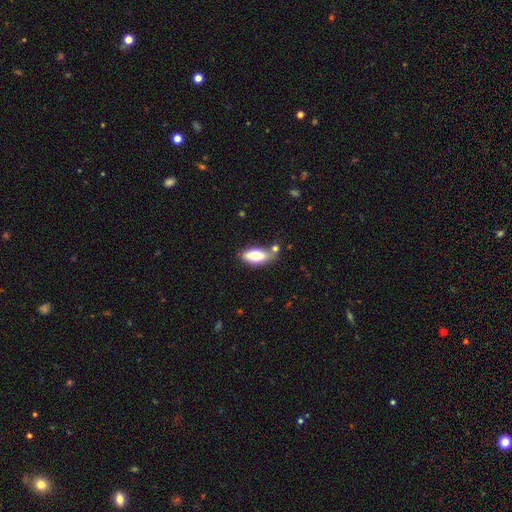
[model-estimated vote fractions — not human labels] A smooth galaxy with no disk features (75%) that is in between round and cigar-shaped (84%). Merging: none (60%).